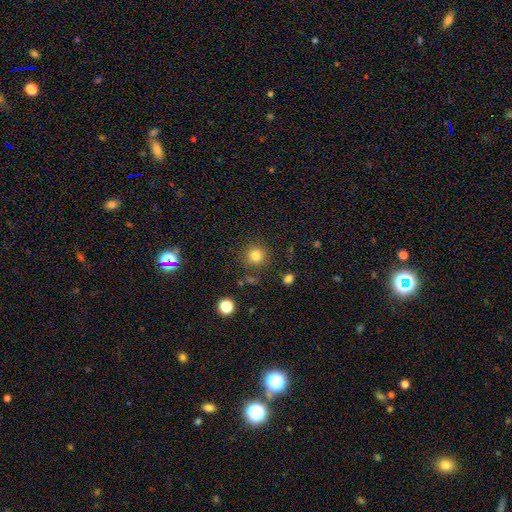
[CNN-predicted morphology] This is clearly a smooth galaxy (81%). How rounded: clearly round (93%). Merging: clearly none (85%).